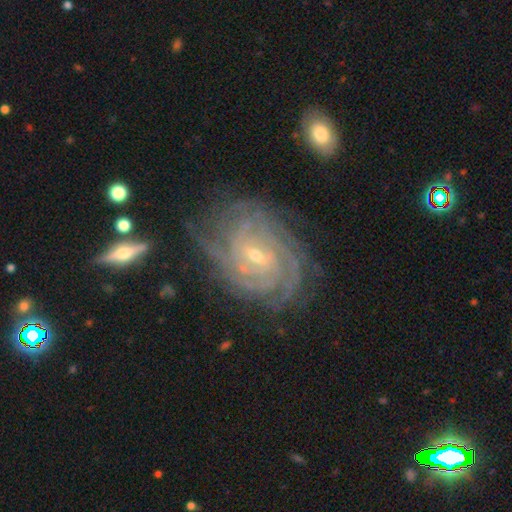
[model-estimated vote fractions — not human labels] Smooth or featured?
  - featured or disk: 89% *
  - star or artifact: 6%
  - smooth: 5%
Edge-on disk?
  - no: 97% *
  - yes: 3%
Bar?
  - weak: 47% *
  - no: 36%
  - strong: 17%
Spiral arms?
  - yes: 98% *
  - no: 2%
Spiral winding?
  - tight: 81% *
  - medium: 16%
  - loose: 3%
Spiral arm count?
  - can't tell: 26% * (tied)
  - 4: 26% * (tied)
  - 3: 16%
  - more than 4: 13%
  - 2: 12%
  - 1: 7%
Bulge size?
  - small: 69% *
  - moderate: 27%
  - none: 1%
  - large: 1%
  - dominant: 1%
Merging?
  - none: 73% *
  - minor disturbance: 18%
  - major disturbance: 7%
  - merger: 2%